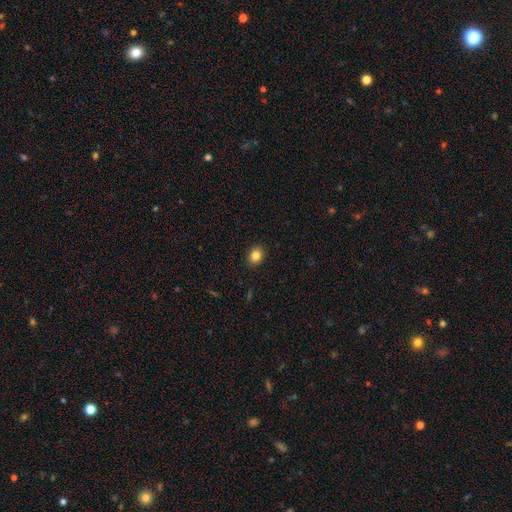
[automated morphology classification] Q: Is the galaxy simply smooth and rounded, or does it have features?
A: smooth — 84%.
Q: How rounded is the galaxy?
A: in between — 50%.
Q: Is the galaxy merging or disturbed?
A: none — 91%.